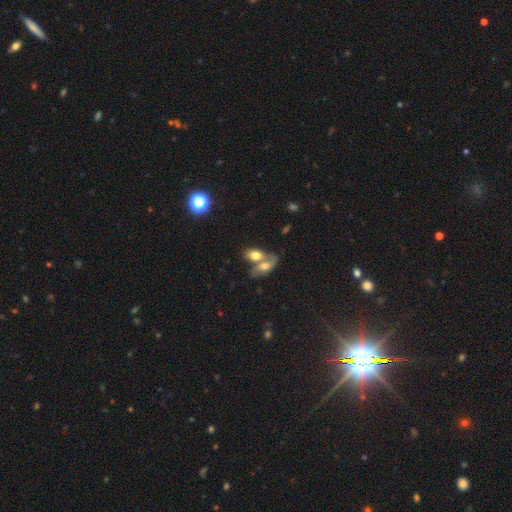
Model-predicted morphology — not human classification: Smooth or featured?
  - smooth: 65% *
  - featured or disk: 26%
  - star or artifact: 9%
How rounded?
  - in between: 83% *
  - round: 12%
  - cigar-shaped: 5%
Merging?
  - merger: 64% *
  - none: 24%
  - minor disturbance: 8%
  - major disturbance: 4%